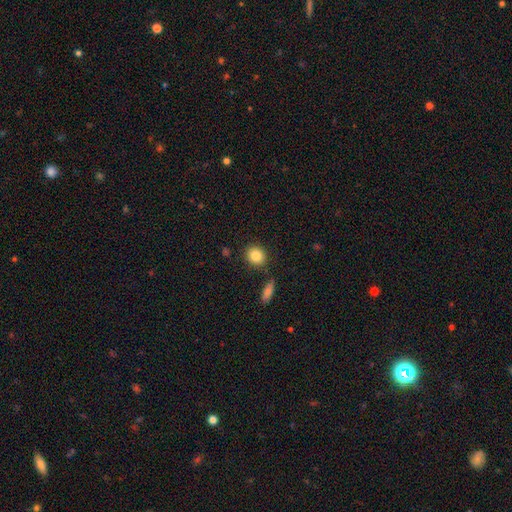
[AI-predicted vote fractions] Smooth or featured: smooth — 85% (star or artifact — 8%)
How rounded: round — 75% (in between — 23%)
Merging: none — 85% (minor disturbance — 8%)